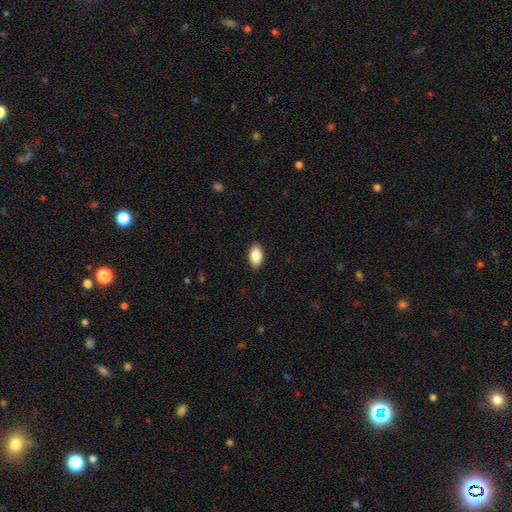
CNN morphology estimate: Smooth or featured? Predicted: smooth (p=0.86). How rounded? Predicted: in between (p=0.93). Merging? Predicted: none (p=0.89).